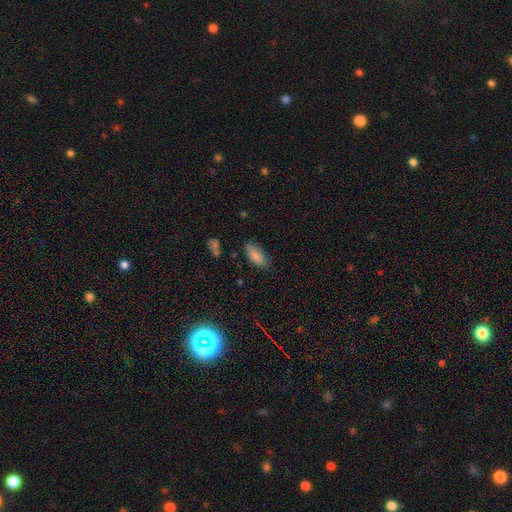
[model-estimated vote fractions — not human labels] The model was most divided on "merging": none: 80%, minor disturbance: 15%, major disturbance: 3%, merger: 2%. More confident: how rounded — in between (86%); smooth or featured — smooth (84%).